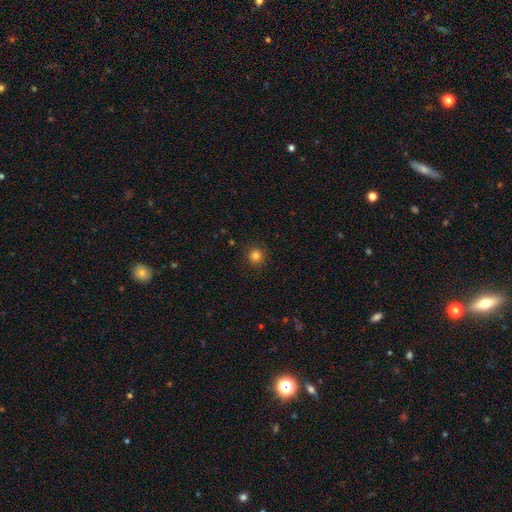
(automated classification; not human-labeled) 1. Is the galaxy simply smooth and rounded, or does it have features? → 83% smooth, 13% star or artifact, 5% featured or disk.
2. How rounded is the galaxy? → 92% round, 7% in between, 1% cigar-shaped.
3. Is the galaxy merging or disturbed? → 90% none, 7% minor disturbance, 2% major disturbance, 1% merger.